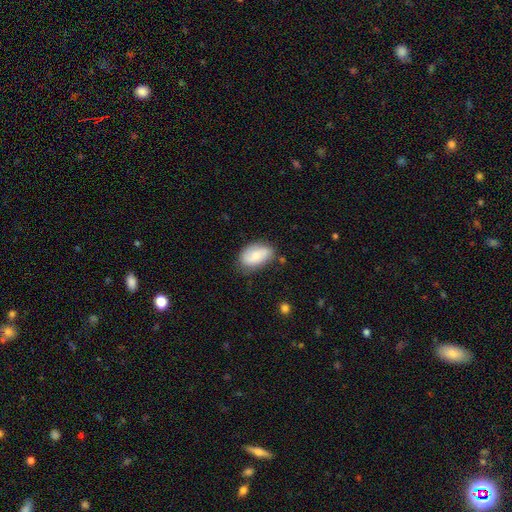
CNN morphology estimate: A smooth galaxy with no disk features (69%) that is in between round and cigar-shaped (91%).

Vote fractions:
- Smooth or featured? smooth: 69% / featured or disk: 24% / star or artifact: 7%
- How rounded? in between: 91% / round: 7% / cigar-shaped: 2%
- Merging? none: 70% / minor disturbance: 23% / major disturbance: 5% / merger: 2%